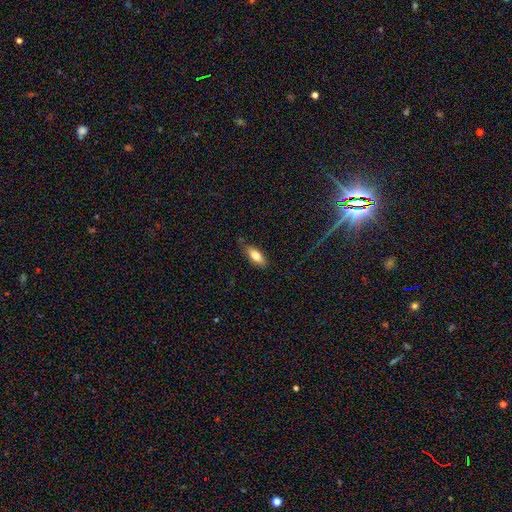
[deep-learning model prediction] Morphology: type=smooth (74%); roundness=in between (74%); merging=none (77%).